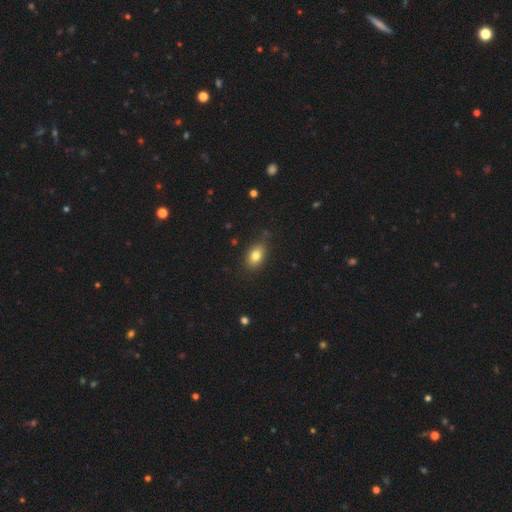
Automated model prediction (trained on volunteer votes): This is clearly a smooth galaxy (80%). How rounded: clearly in between (83%). Merging: likely none (80%).